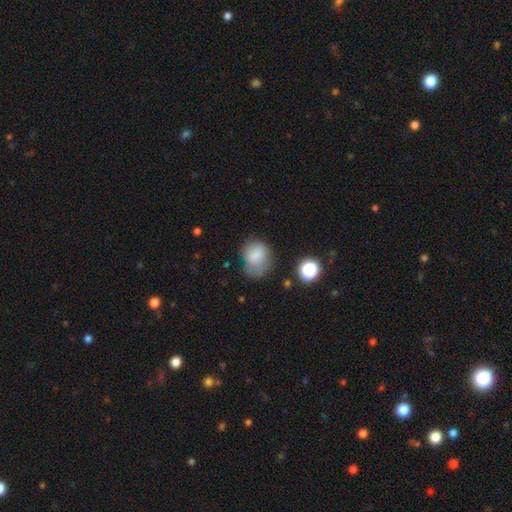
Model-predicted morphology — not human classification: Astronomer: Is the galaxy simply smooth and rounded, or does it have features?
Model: smooth — 77%.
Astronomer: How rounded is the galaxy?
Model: in between — 53% (runner-up: round, 46%).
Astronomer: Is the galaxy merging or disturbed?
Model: none — 46% (runner-up: minor disturbance, 33%).